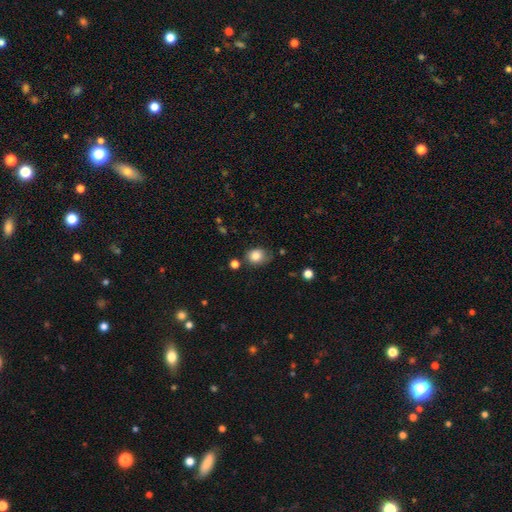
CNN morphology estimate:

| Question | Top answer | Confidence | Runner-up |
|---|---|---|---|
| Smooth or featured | smooth | 84% | star or artifact (10%) |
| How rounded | round | 55% | in between (44%) |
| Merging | none | 60% | minor disturbance (28%) |